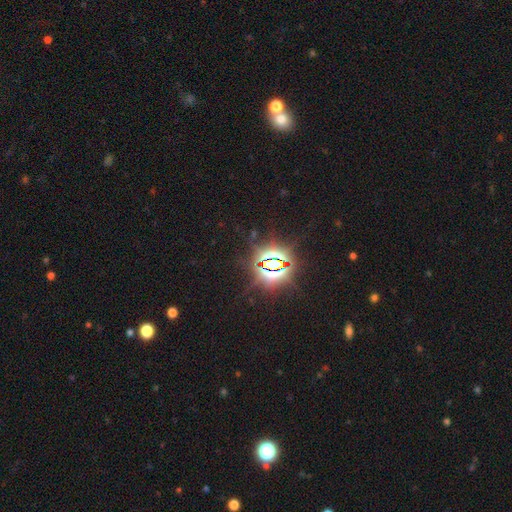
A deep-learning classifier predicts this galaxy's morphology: A star or artifact, not a galaxy (83%).